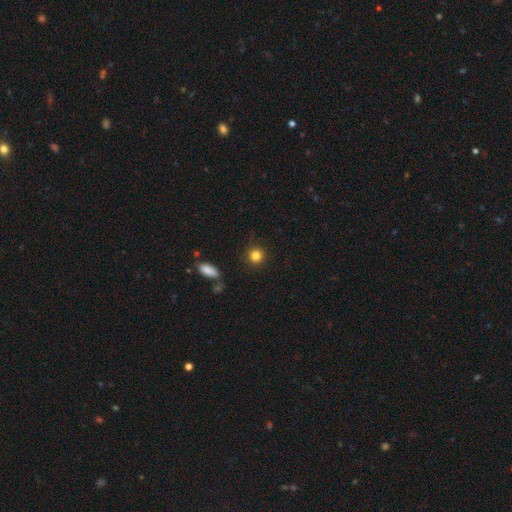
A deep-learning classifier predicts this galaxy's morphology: A smooth galaxy with no disk features (83%) that is round (92%). Merging: none (89%).